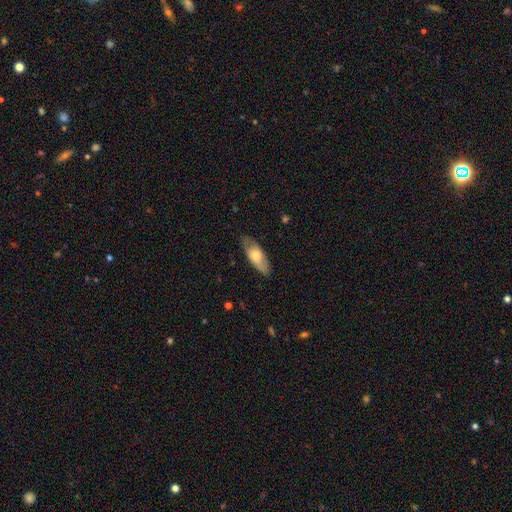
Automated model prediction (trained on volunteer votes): smooth-or-featured: smooth: 60% | featured or disk: 34% | star or artifact: 6%
  how-rounded: in between: 71% | cigar-shaped: 26% | round: 3%
  merging: none: 79% | minor disturbance: 16% | major disturbance: 3% | merger: 1%